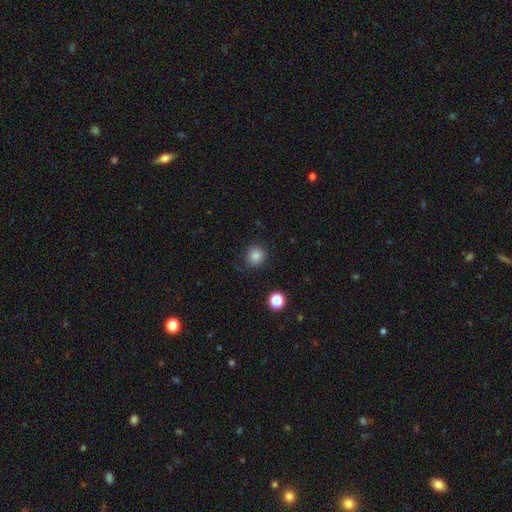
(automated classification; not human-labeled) Overall: smooth (84%). How rounded: round (88%). Merging: none (83%).